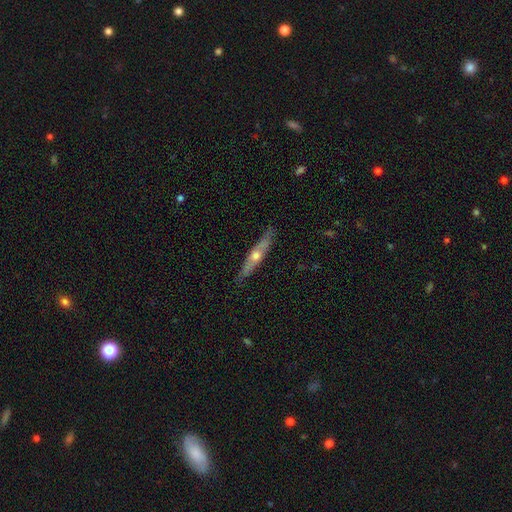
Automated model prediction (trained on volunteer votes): featured or disk 61%, smooth 33%, star or artifact 6%. Down the decision tree: edge-on disk — yes (90%); edge-on bulge — rounded (89%); merging — none (86%).